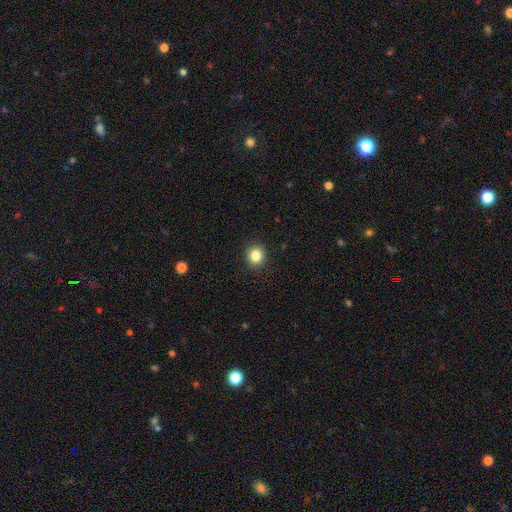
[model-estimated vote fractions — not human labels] Smooth or featured? Predicted: smooth (p=0.85). How rounded? Predicted: round (p=0.84). Merging? Predicted: none (p=0.91).